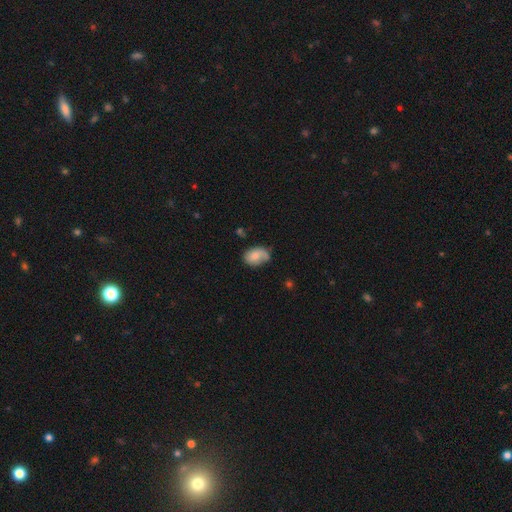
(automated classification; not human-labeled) Smooth or featured? Predicted: smooth (p=0.69). How rounded? Predicted: in between (p=0.80). Merging? Predicted: none (p=0.49).